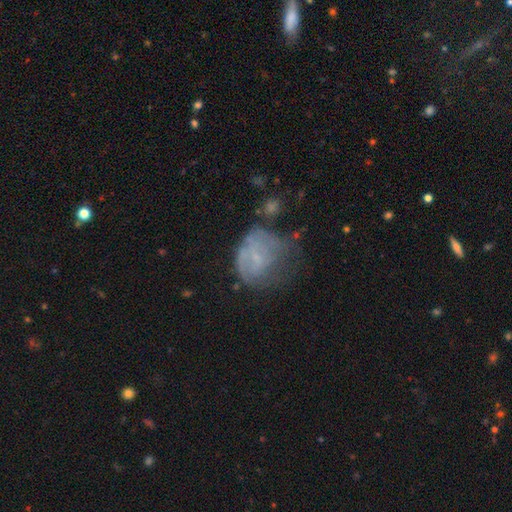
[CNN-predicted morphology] smooth 45%, featured or disk 42%, star or artifact 14%. Down the decision tree: merging — major disturbance (38%).